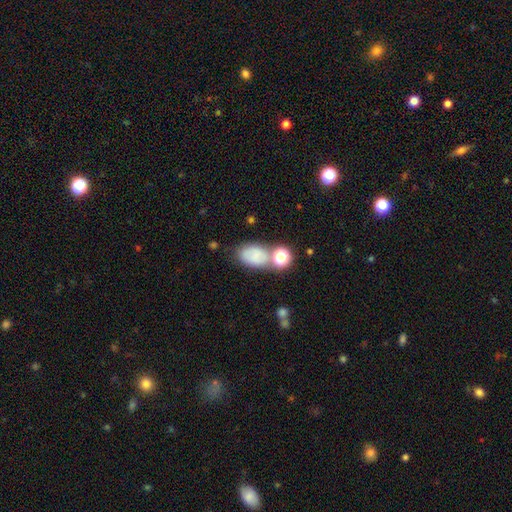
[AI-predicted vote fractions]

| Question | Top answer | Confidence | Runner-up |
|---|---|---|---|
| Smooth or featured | smooth | 73% | featured or disk (14%) |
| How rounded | in between | 82% | round (16%) |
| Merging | none | 54% | merger (20%) |